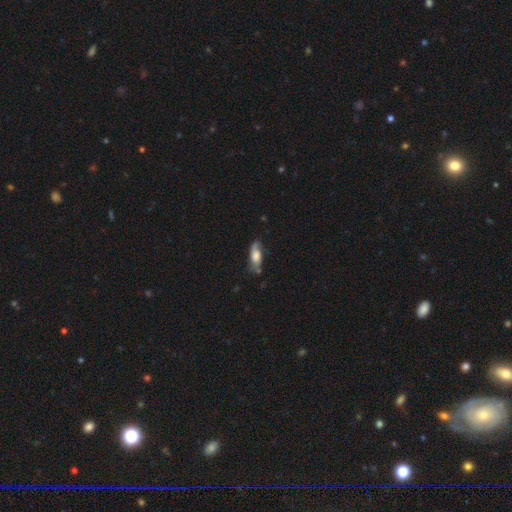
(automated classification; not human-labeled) Morphology: type=smooth (49%); merging=none (60%).